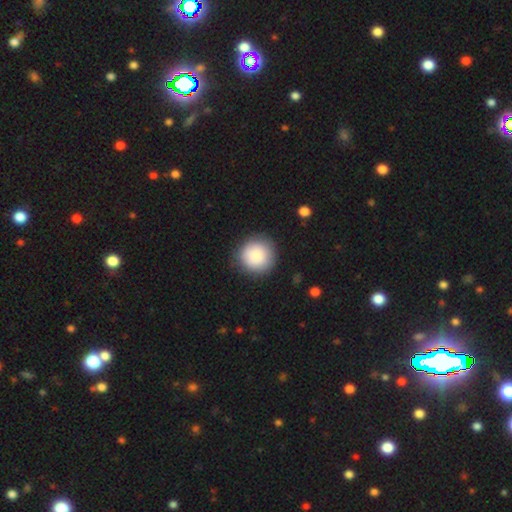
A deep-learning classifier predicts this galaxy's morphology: Smooth or featured? Predicted: smooth (p=0.87). How rounded? Predicted: round (p=0.94). Merging? Predicted: none (p=0.87).